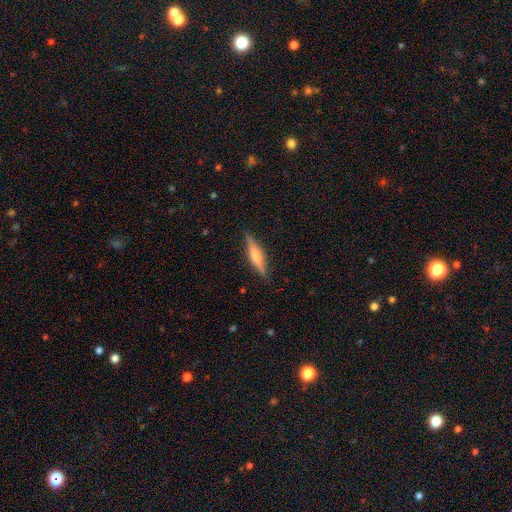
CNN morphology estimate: This is possibly a featured or disk galaxy (56%). It is clearly viewed edge-on (95%). Edge-on bulge: likely rounded (79%). Merging: clearly none (86%).